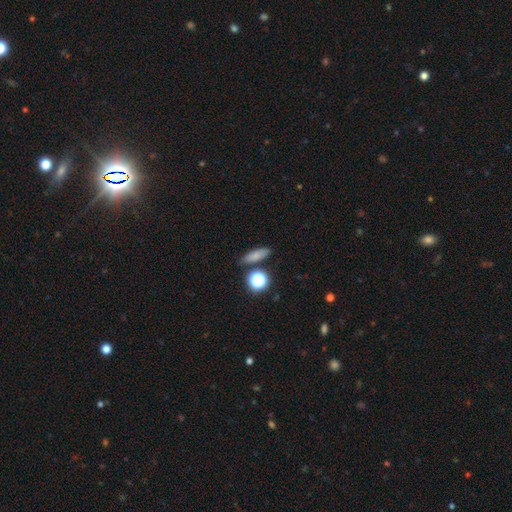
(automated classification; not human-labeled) Overall: smooth (76%). How rounded: cigar-shaped (45%; in between 41%). Merging: none (80%).